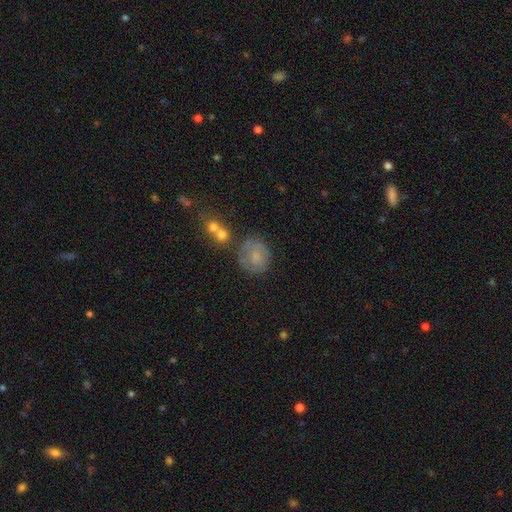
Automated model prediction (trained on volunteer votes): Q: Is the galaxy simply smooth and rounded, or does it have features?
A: smooth — 49%.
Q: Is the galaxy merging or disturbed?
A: none — 64%.